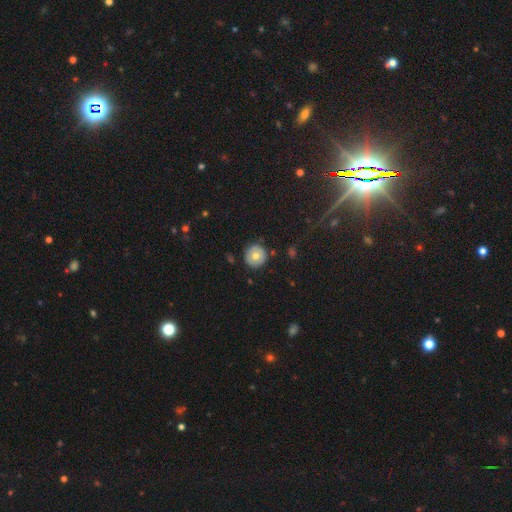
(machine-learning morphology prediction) A smooth galaxy with no disk features (66%) that is round (95%).

Vote fractions:
- Smooth or featured? smooth: 66% / featured or disk: 26% / star or artifact: 8%
- How rounded? round: 95% / in between: 4% / cigar-shaped: 1%
- Merging? none: 89% / minor disturbance: 8% / major disturbance: 2% / merger: 1%